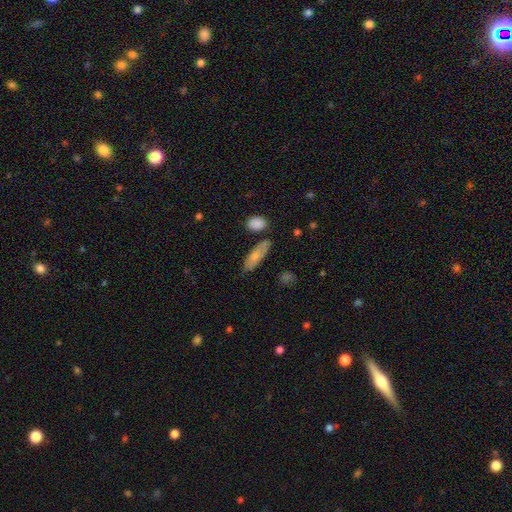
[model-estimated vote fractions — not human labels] Overall: smooth (74%). How rounded: in between (52%; cigar-shaped 45%). Merging: none (76%).